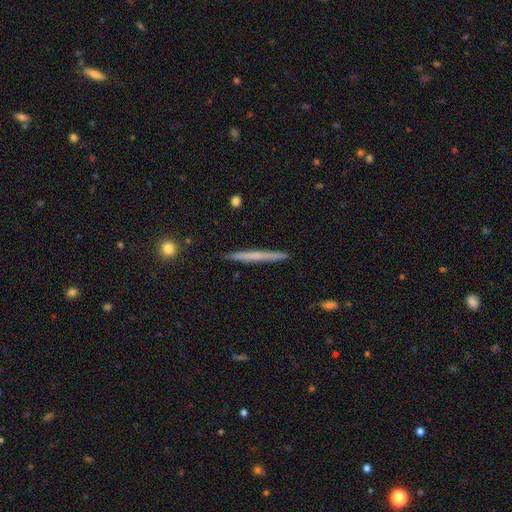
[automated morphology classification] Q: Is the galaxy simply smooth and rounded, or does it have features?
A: smooth — 49%.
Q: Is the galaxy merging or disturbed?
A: none — 92%.